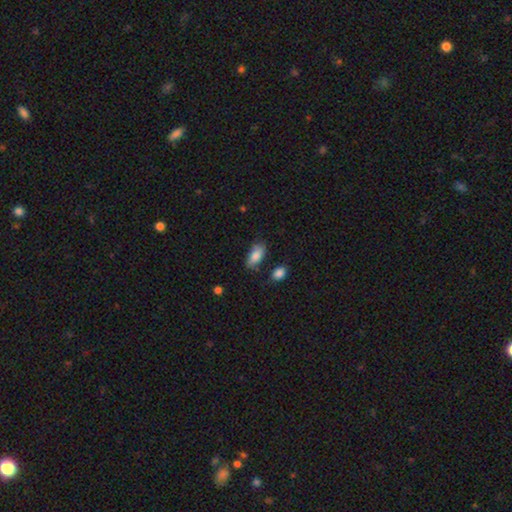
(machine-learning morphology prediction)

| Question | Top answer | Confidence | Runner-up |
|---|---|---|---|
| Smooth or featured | smooth | 84% | featured or disk (10%) |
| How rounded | in between | 89% | cigar-shaped (8%) |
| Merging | none | 70% | minor disturbance (21%) |